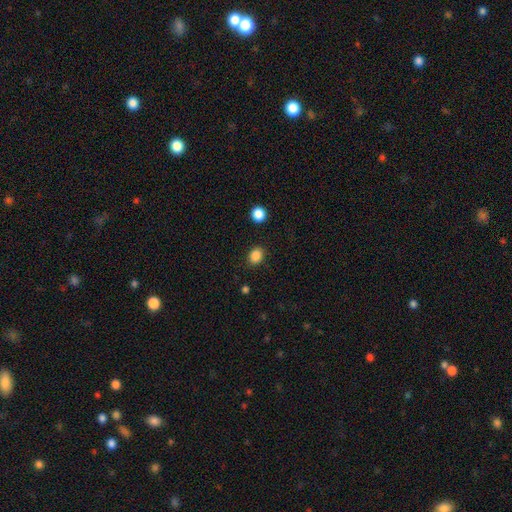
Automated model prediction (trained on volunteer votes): A smooth galaxy with no disk features (87%) that is in between round and cigar-shaped (55%). Merging: none (87%).